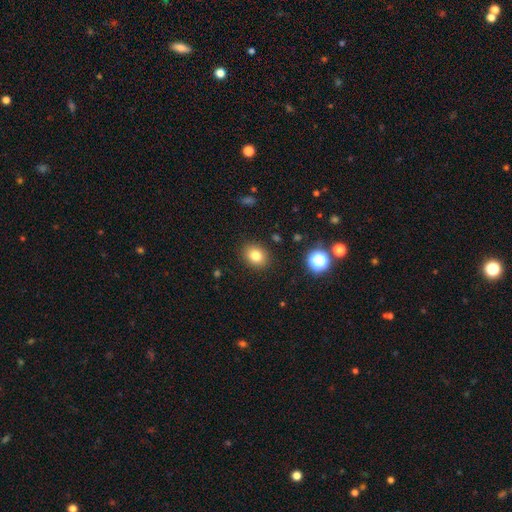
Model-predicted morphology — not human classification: Smooth or featured?
  - smooth: 81% *
  - star or artifact: 12%
  - featured or disk: 8%
How rounded?
  - round: 50% *
  - in between: 49%
  - cigar-shaped: 1%
Merging?
  - none: 88% *
  - minor disturbance: 8%
  - major disturbance: 3%
  - merger: 1%